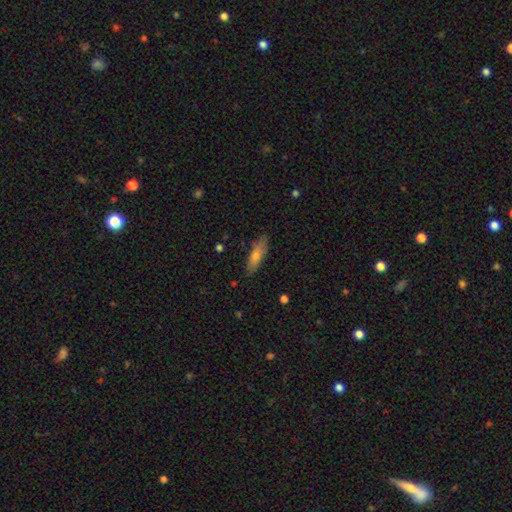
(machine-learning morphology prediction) Overall: smooth (68%). How rounded: cigar-shaped (62%; in between 36%). Merging: none (85%).